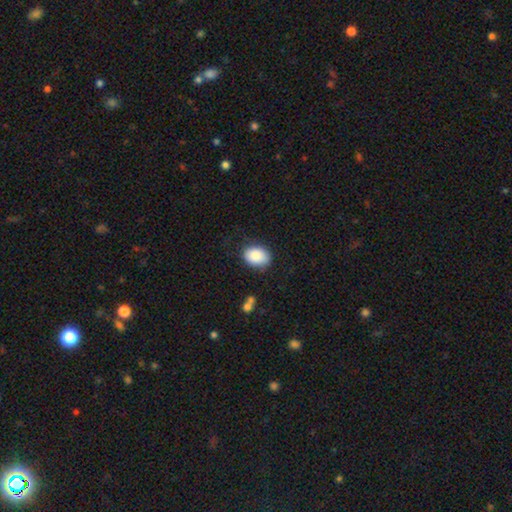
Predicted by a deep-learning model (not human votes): Morphology: type=smooth (87%); roundness=in between (77%); merging=none (79%).